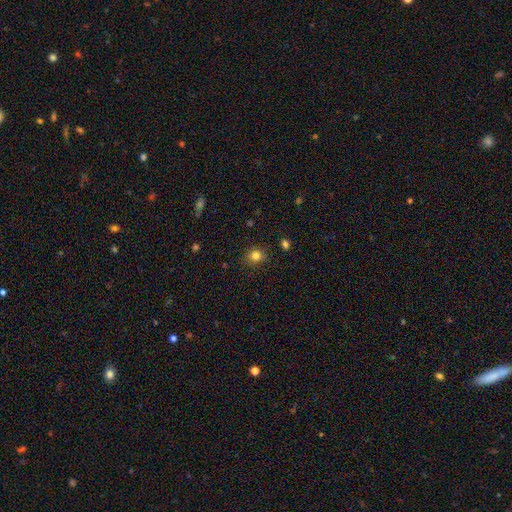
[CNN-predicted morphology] Overall: smooth (82%). How rounded: round (76%). Merging: none (85%).